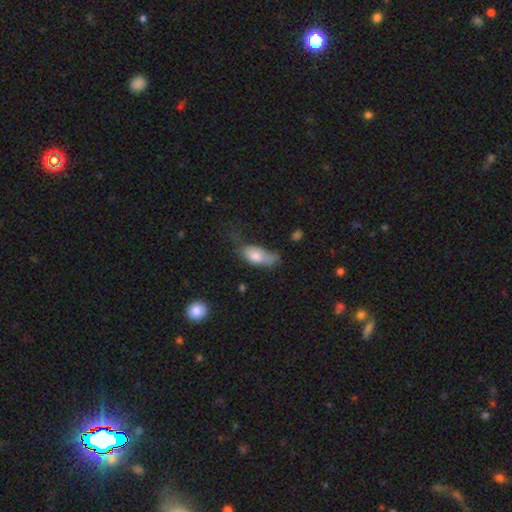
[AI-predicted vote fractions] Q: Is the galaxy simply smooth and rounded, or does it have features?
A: smooth — 75%.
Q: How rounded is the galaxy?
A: in between — 84%.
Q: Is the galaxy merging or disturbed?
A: minor disturbance — 35%.